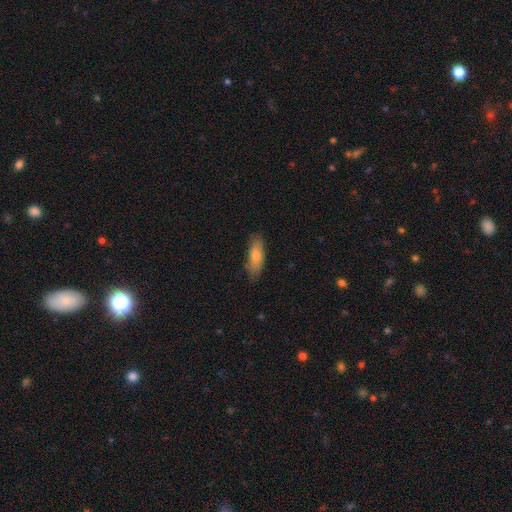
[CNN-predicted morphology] This is likely a smooth galaxy (71%). How rounded: possibly in between (53%). Merging: clearly none (82%).